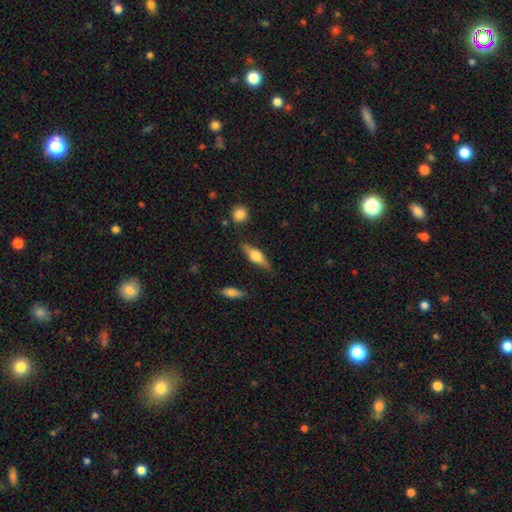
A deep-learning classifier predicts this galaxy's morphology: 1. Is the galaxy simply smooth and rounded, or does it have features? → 58% featured or disk, 36% smooth, 6% star or artifact.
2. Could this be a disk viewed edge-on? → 94% yes, 6% no.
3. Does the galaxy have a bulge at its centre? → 91% rounded, 8% boxy, 2% none.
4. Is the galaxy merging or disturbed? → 84% none, 11% minor disturbance, 3% major disturbance, 2% merger.